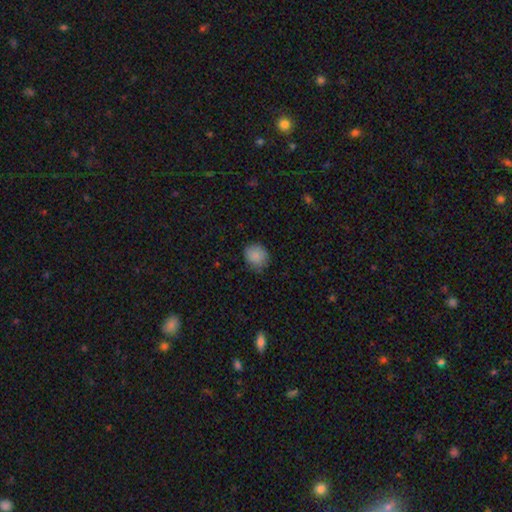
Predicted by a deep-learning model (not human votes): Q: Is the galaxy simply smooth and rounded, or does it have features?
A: smooth — 87%.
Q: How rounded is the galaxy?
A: round — 80%.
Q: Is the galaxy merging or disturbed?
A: none — 76%.